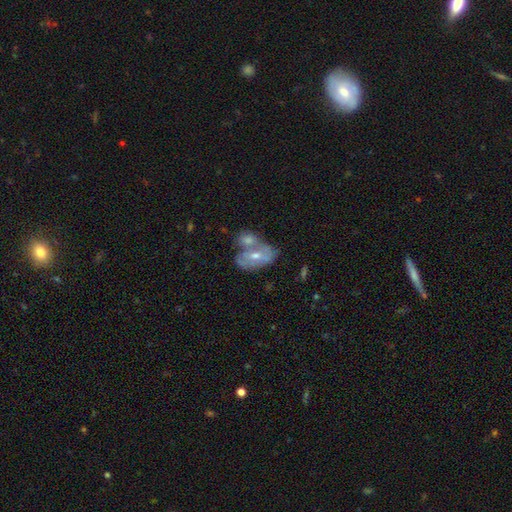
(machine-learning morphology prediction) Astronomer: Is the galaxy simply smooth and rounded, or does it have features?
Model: featured or disk — 56% (runner-up: smooth, 35%).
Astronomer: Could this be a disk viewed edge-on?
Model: no — 93%.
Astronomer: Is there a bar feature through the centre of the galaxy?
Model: no — 58%.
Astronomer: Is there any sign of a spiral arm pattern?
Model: no — 54% (runner-up: yes, 46%).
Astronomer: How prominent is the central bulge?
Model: moderate — 63%.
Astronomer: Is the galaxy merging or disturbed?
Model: merger — 55%.